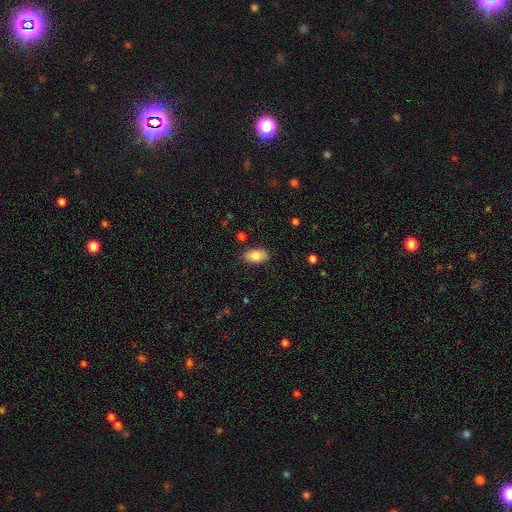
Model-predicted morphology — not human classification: smooth-or-featured: smooth: 83% | featured or disk: 9% | star or artifact: 7%
  how-rounded: in between: 92% | round: 5% | cigar-shaped: 3%
  merging: none: 83% | minor disturbance: 13% | major disturbance: 3% | merger: 1%